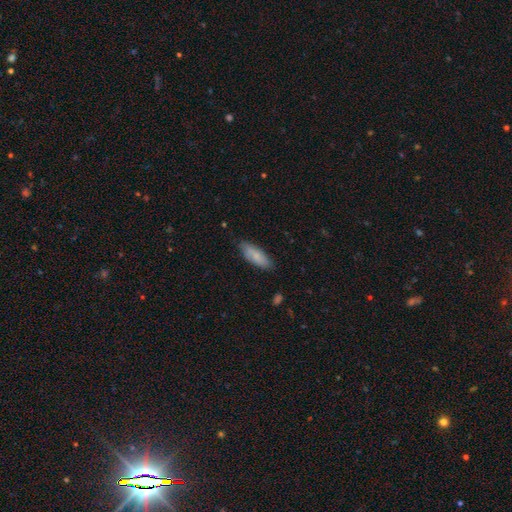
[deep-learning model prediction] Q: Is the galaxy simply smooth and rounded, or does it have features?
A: smooth — 77%.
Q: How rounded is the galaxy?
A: in between — 69%.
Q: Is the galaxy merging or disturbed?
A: none — 78%.